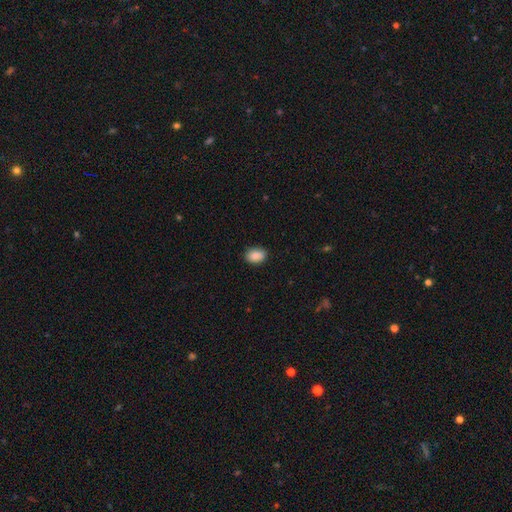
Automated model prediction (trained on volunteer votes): smooth-or-featured: smooth: 90% | star or artifact: 7% | featured or disk: 3%
  how-rounded: in between: 79% | round: 20% | cigar-shaped: 1%
  merging: none: 87% | minor disturbance: 10% | major disturbance: 2% | merger: 1%